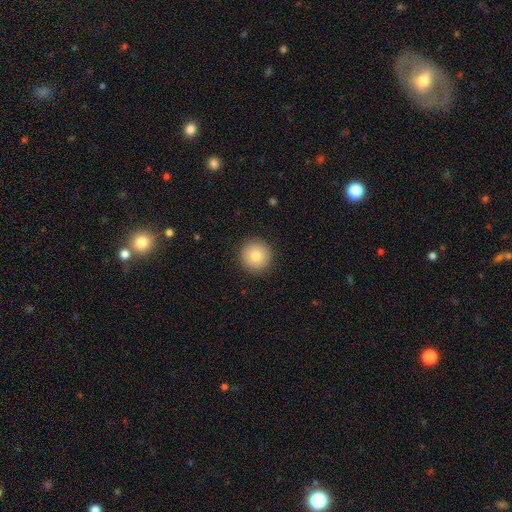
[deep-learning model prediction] This appears to be a smooth galaxy with no disk features (80%) that is round (96%). Merging: none (92%).